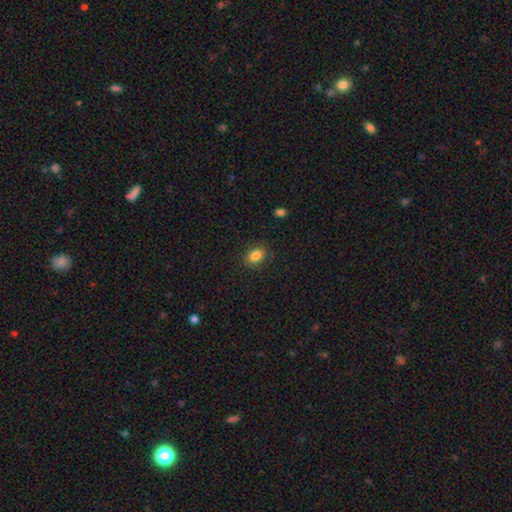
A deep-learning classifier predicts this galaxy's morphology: smooth 84%, star or artifact 10%, featured or disk 7%. Down the decision tree: how rounded — in between (77%); merging — none (87%).